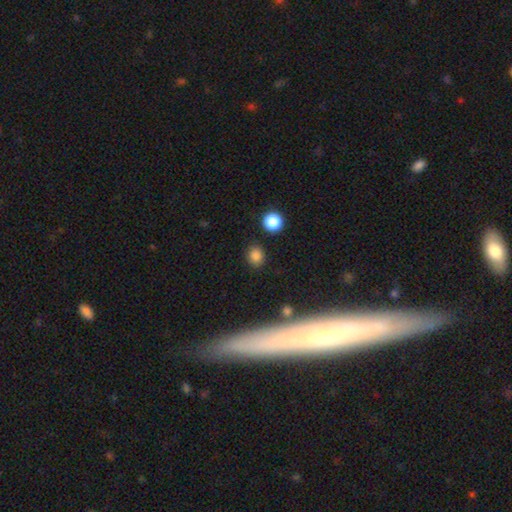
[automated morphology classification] type=smooth (81%); roundness=round (74%); merging=none (85%).